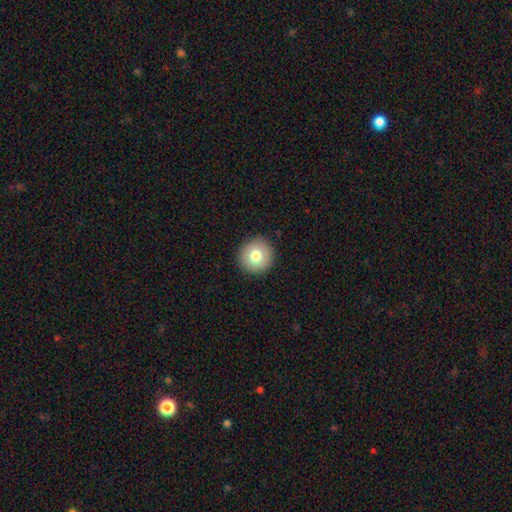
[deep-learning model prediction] Smooth or featured: smooth — 78% (featured or disk — 13%)
How rounded: round — 94% (in between — 5%)
Merging: none — 92% (minor disturbance — 5%)